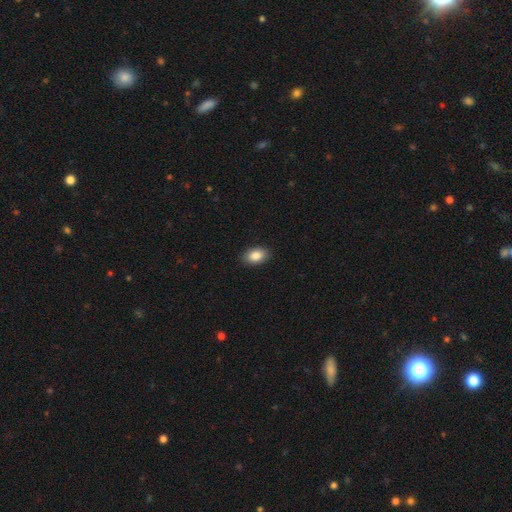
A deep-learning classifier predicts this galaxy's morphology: smooth_or_featured: smooth (p=0.86) [alt: star or artifact p=0.07]
how_rounded: in between (p=0.90) [alt: round p=0.09]
merging: none (p=0.90) [alt: minor disturbance p=0.08]